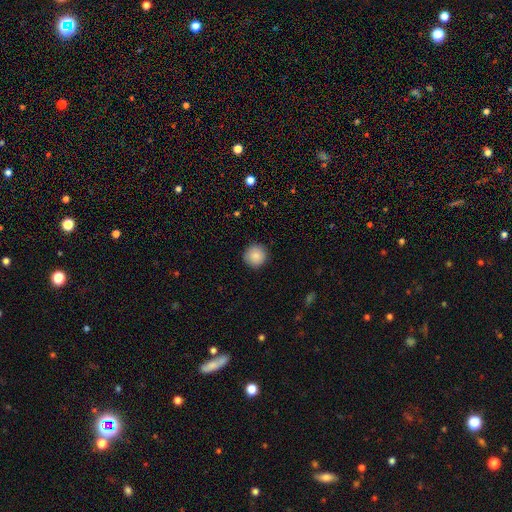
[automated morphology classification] smooth-or-featured: smooth: 87% | star or artifact: 8% | featured or disk: 5%
  how-rounded: round: 96% | in between: 4% | cigar-shaped: 1%
  merging: none: 91% | minor disturbance: 7% | major disturbance: 2% | merger: 1%